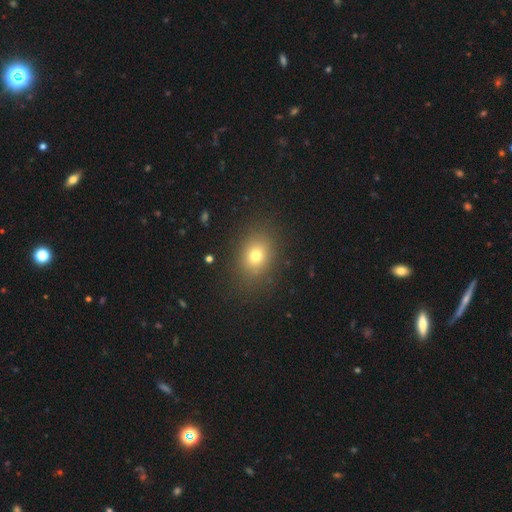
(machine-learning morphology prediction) This appears to be a smooth galaxy with no disk features (74%) that is in between round and cigar-shaped (52%). Merging: none (85%).